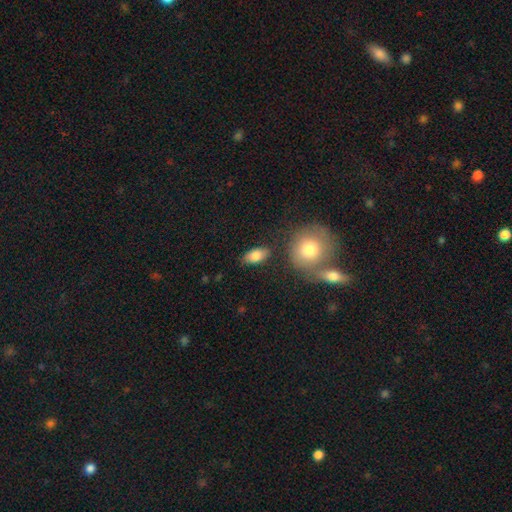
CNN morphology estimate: A smooth galaxy with no disk features (82%) that is in between round and cigar-shaped (90%).

Vote fractions:
- Smooth or featured? smooth: 82% / featured or disk: 10% / star or artifact: 8%
- How rounded? in between: 90% / round: 6% / cigar-shaped: 4%
- Merging? none: 78% / minor disturbance: 13% / merger: 5% / major disturbance: 4%